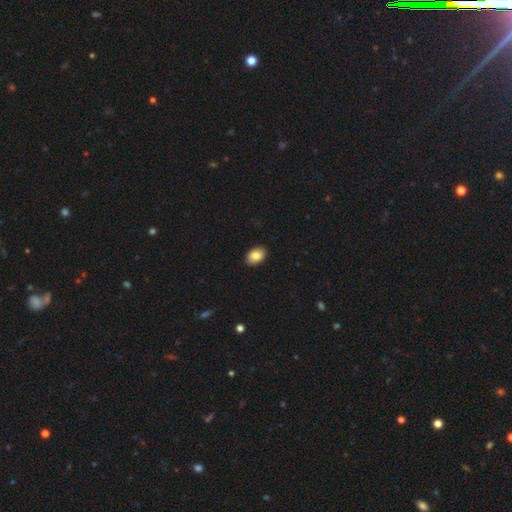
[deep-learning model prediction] Smooth or featured? Predicted: smooth (p=0.85). How rounded? Predicted: in between (p=0.82). Merging? Predicted: none (p=0.90).